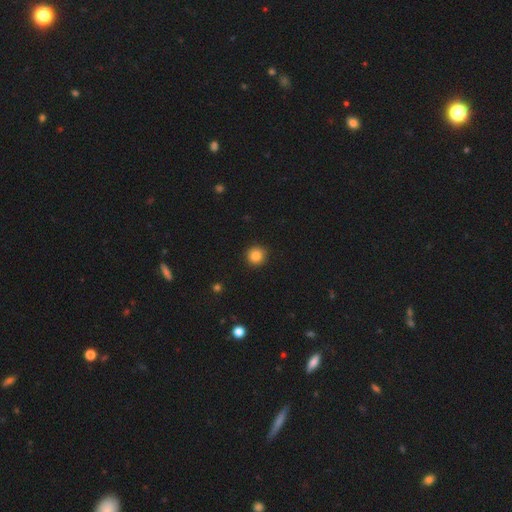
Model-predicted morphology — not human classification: This appears to be a smooth galaxy with no disk features (85%) that is round (95%). Merging: none (92%).